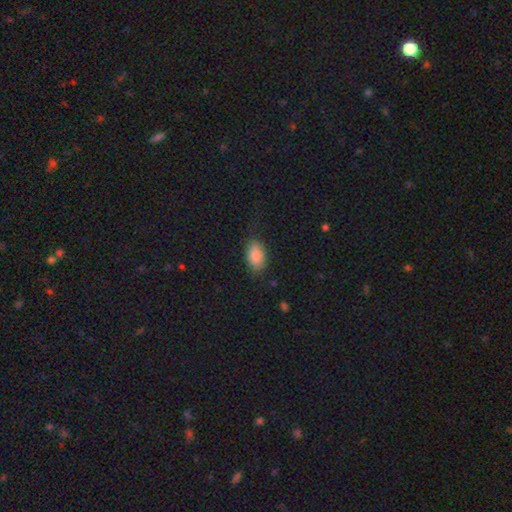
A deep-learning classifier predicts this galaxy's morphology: Smooth or featured? Predicted: smooth (p=0.86). How rounded? Predicted: in between (p=0.91). Merging? Predicted: none (p=0.77).